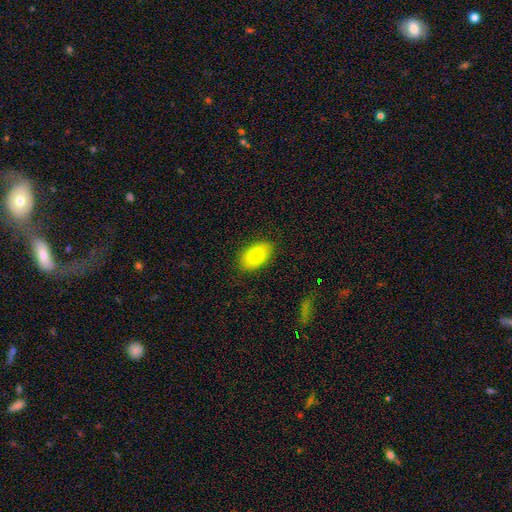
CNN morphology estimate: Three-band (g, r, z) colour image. It shows a smooth galaxy with no disk features (78%) that is in between round and cigar-shaped (92%). Merging: none (86%).